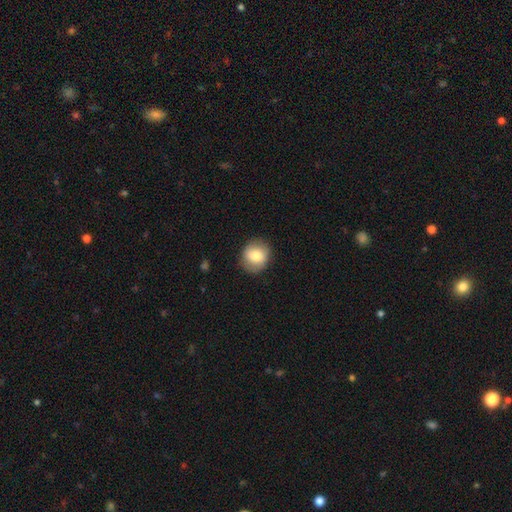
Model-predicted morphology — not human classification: Overall: smooth (77%). How rounded: round (81%). Merging: none (86%).